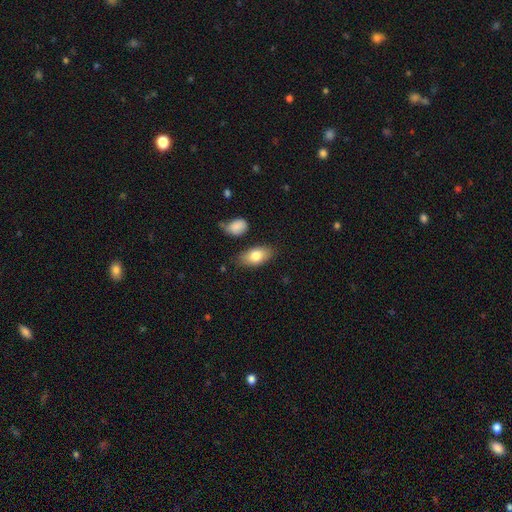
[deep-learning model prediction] Smooth or featured?
  - smooth: 79% *
  - featured or disk: 14%
  - star or artifact: 7%
How rounded?
  - in between: 89% *
  - cigar-shaped: 6%
  - round: 5%
Merging?
  - none: 79% *
  - minor disturbance: 14%
  - merger: 3%
  - major disturbance: 3%